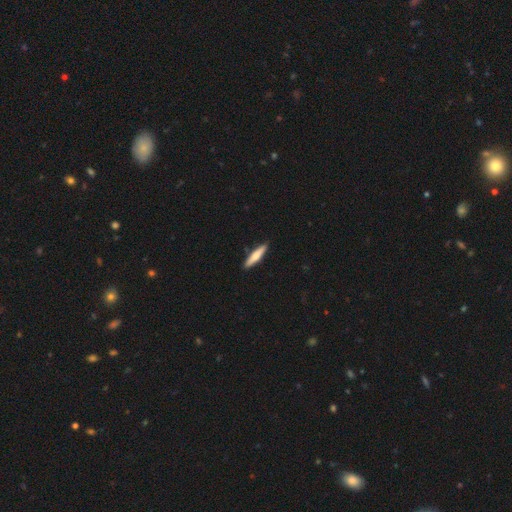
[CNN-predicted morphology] smooth_or_featured: smooth (p=0.65) [alt: featured or disk p=0.30]
how_rounded: cigar-shaped (p=0.87) [alt: in between p=0.12]
merging: none (p=0.89) [alt: minor disturbance p=0.08]